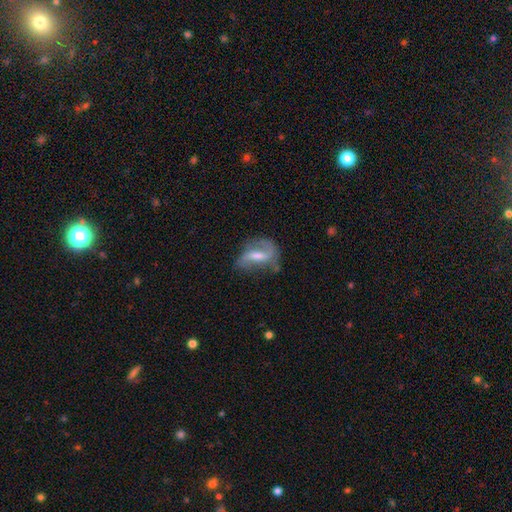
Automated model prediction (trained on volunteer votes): Smooth or featured? Predicted: featured or disk (p=0.72). Edge-on disk? Predicted: no (p=0.93). Bar? Predicted: weak (p=0.45). Spiral arms? Predicted: yes (p=0.85). Spiral winding? Predicted: loose (p=0.56). Spiral arm count? Predicted: 2 (p=0.75). Bulge size? Predicted: moderate (p=0.50). Merging? Predicted: none (p=0.53).